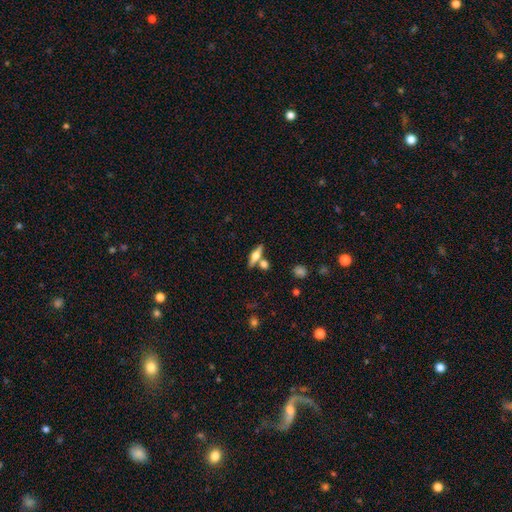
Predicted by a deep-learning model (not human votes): Smooth or featured?
  - featured or disk: 56% *
  - smooth: 36%
  - star or artifact: 8%
Edge-on disk?
  - yes: 94% *
  - no: 6%
Edge-on bulge?
  - rounded: 92% *
  - boxy: 6%
  - none: 2%
Merging?
  - none: 71% *
  - merger: 17%
  - minor disturbance: 9%
  - major disturbance: 3%